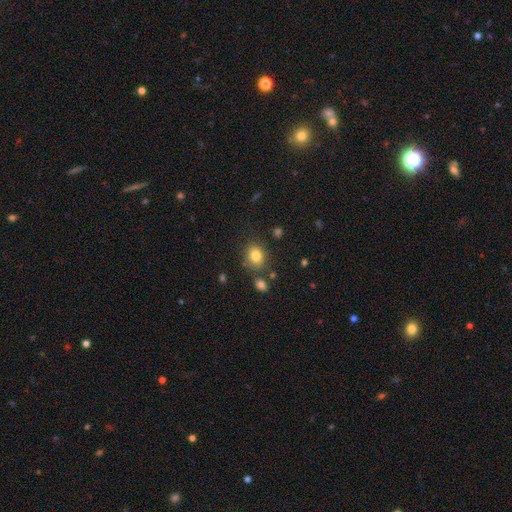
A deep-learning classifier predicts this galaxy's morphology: smooth_or_featured: smooth (p=0.81) [alt: star or artifact p=0.11]
how_rounded: round (p=0.62) [alt: in between p=0.37]
merging: none (p=0.78) [alt: minor disturbance p=0.12]